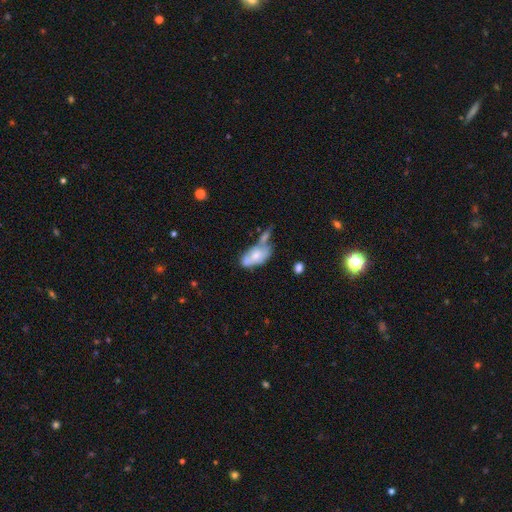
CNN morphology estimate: Smooth or featured? Predicted: smooth (p=0.54). How rounded? Predicted: in between (p=0.90). Merging? Predicted: merger (p=0.36).